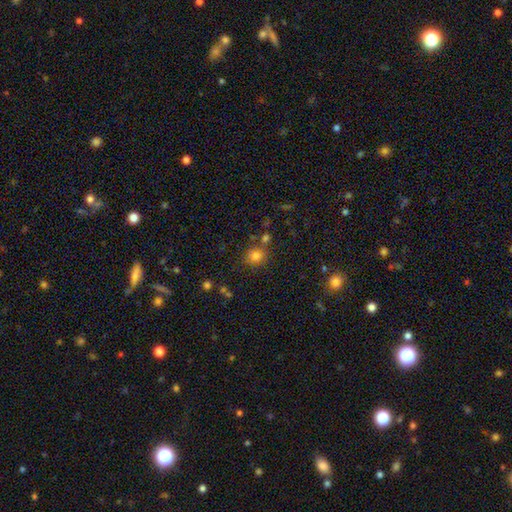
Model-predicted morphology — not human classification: Smooth or featured?
  - smooth: 79% *
  - star or artifact: 15%
  - featured or disk: 6%
How rounded?
  - round: 85% *
  - in between: 14%
  - cigar-shaped: 1%
Merging?
  - none: 69% *
  - merger: 14%
  - minor disturbance: 12%
  - major disturbance: 5%